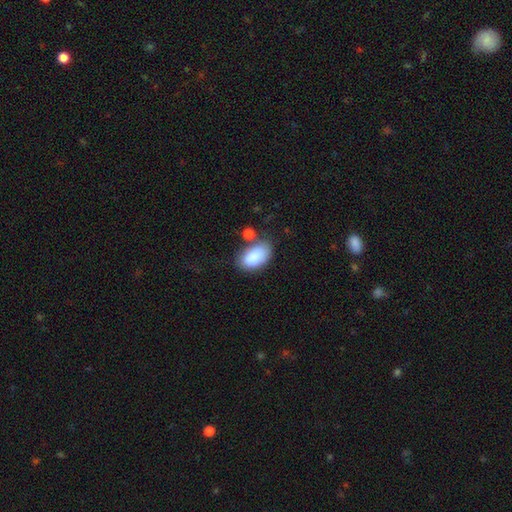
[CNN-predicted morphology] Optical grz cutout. It shows a smooth galaxy with no disk features (84%) that is in between round and cigar-shaped (94%). Merging: none (54%).